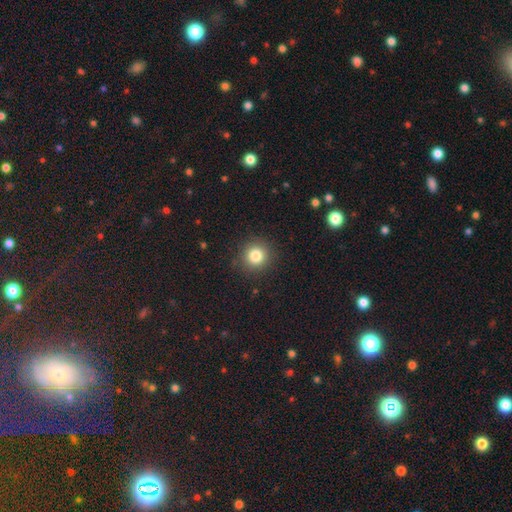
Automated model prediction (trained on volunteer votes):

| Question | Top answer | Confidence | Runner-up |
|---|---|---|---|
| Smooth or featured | smooth | 82% | star or artifact (12%) |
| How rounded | round | 93% | in between (6%) |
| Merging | none | 89% | minor disturbance (7%) |